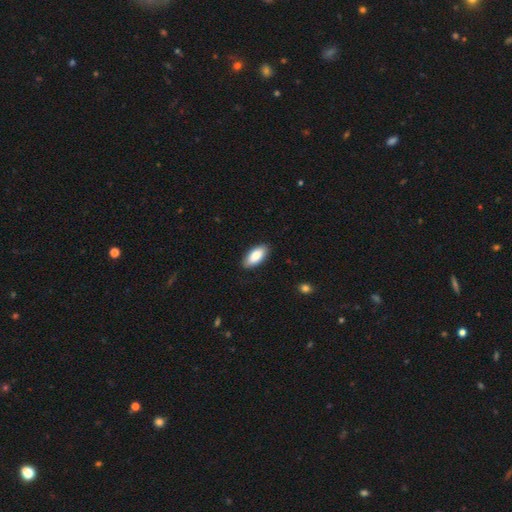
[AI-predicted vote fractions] Smooth or featured? smooth (87%)
How rounded? in between (89%)
Merging? none (88%)